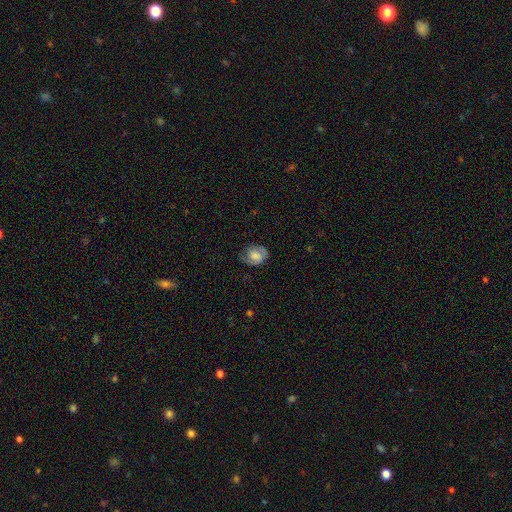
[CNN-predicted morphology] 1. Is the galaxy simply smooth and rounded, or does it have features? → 48% smooth, 43% featured or disk, 8% star or artifact.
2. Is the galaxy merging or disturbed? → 63% none, 24% minor disturbance, 11% major disturbance, 1% merger.